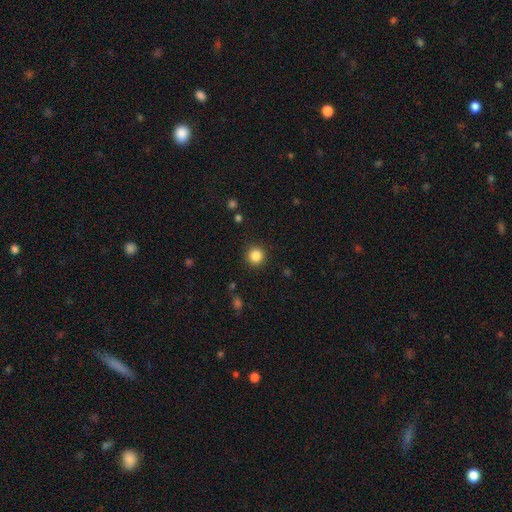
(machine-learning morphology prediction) smooth 85%, star or artifact 11%, featured or disk 4%. Down the decision tree: how rounded — round (94%); merging — none (91%).